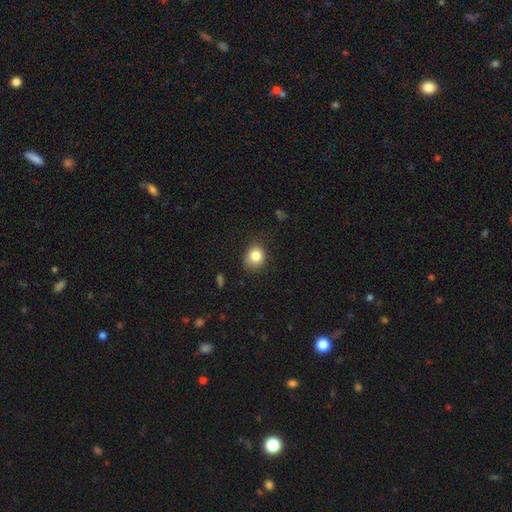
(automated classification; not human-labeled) Smooth or featured: smooth — 82% (star or artifact — 11%)
How rounded: round — 69% (in between — 30%)
Merging: none — 73% (minor disturbance — 20%)